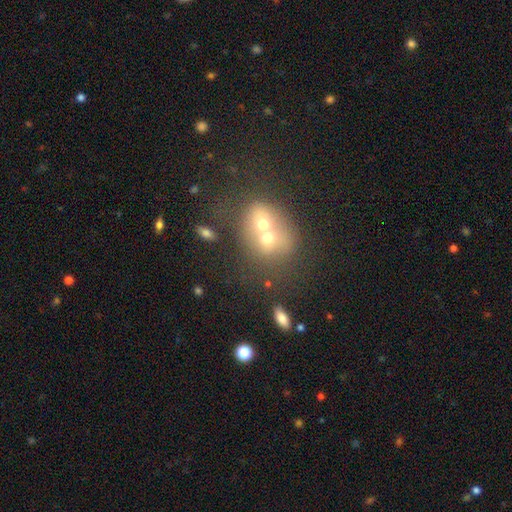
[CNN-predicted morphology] A smooth galaxy with no disk features (47%).

Vote fractions:
- Smooth or featured? smooth: 47% / featured or disk: 30% / star or artifact: 23%
- Merging? merger: 67% / none: 21% / minor disturbance: 7% / major disturbance: 5%